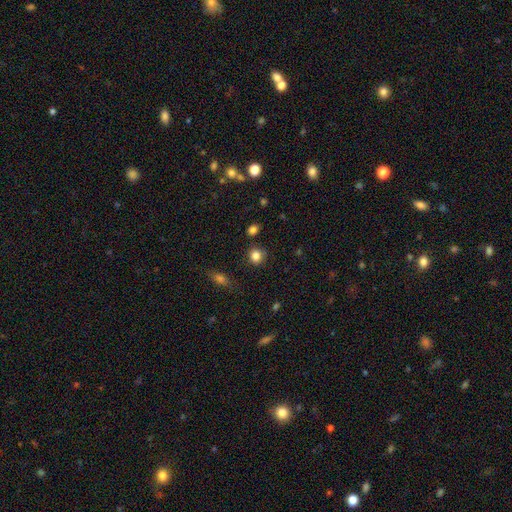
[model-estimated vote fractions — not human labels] Morphology: type=smooth (84%); roundness=round (80%); merging=none (83%).